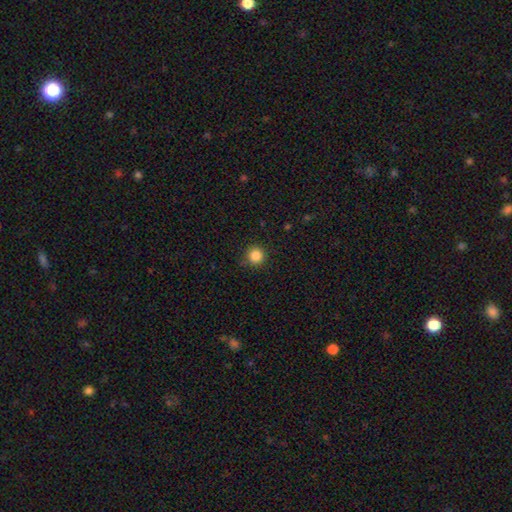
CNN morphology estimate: Q: Smooth or featured?
A: smooth (85%); runner-up: star or artifact (11%)
Q: How rounded?
A: round (94%); runner-up: in between (5%)
Q: Merging?
A: none (88%); runner-up: minor disturbance (8%)